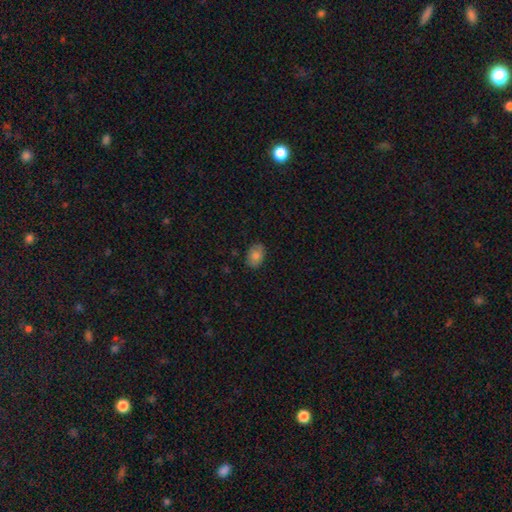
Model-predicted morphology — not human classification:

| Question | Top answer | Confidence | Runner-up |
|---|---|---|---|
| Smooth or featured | smooth | 81% | featured or disk (11%) |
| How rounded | in between | 74% | round (24%) |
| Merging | none | 84% | minor disturbance (13%) |